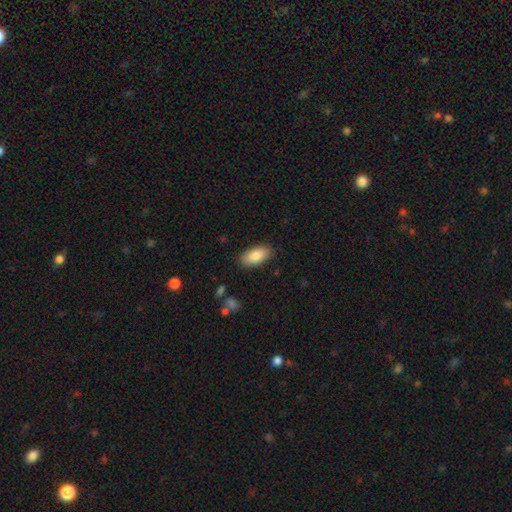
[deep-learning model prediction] Morphology: type=smooth (86%); roundness=in between (89%); merging=none (87%).